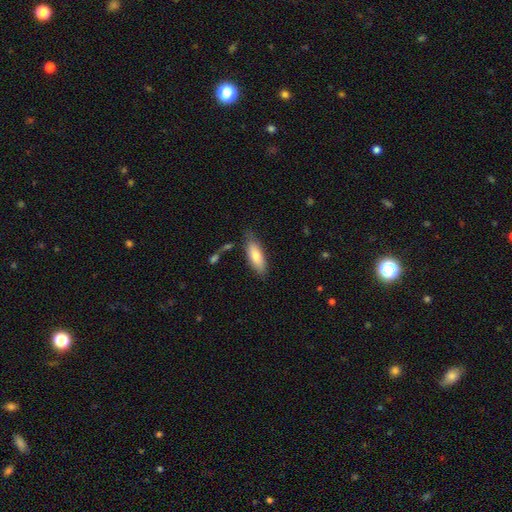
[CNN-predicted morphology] A smooth galaxy with no disk features (77%) that is in between round and cigar-shaped (70%). Merging: none (72%).